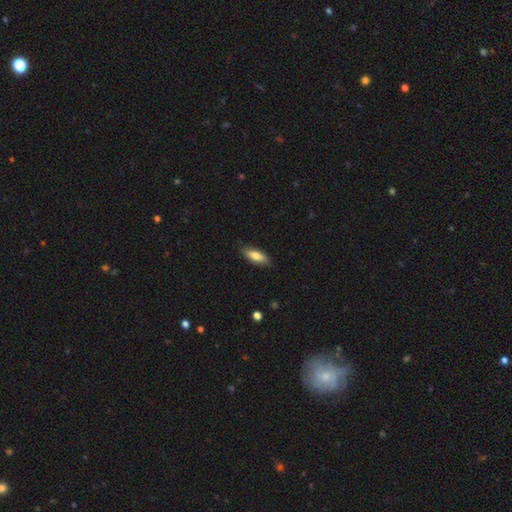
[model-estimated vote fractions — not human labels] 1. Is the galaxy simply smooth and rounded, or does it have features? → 74% smooth, 19% featured or disk, 6% star or artifact.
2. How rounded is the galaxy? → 67% in between, 31% cigar-shaped, 2% round.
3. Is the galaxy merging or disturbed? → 85% none, 12% minor disturbance, 2% major disturbance, 1% merger.